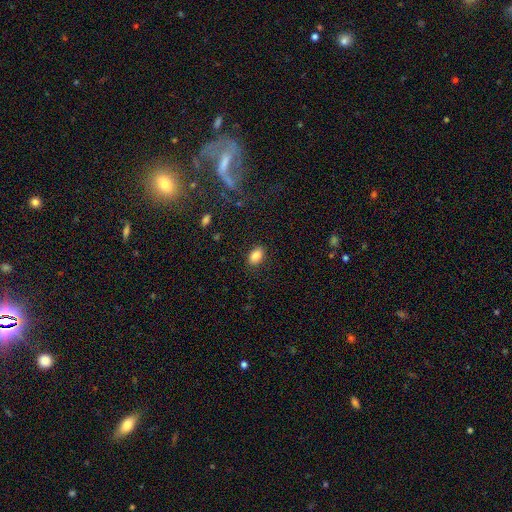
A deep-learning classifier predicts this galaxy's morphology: Smooth or featured? smooth (86%)
How rounded? in between (90%)
Merging? none (87%)